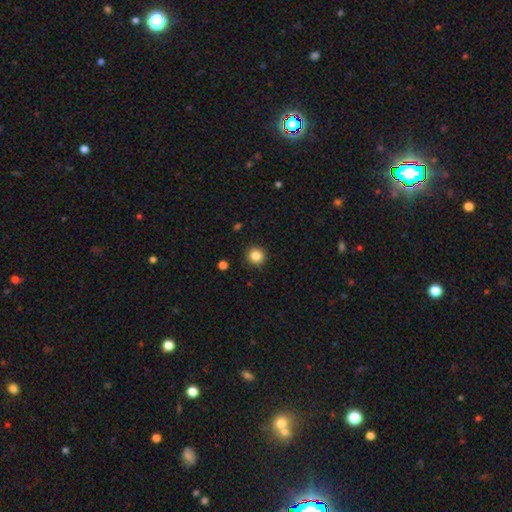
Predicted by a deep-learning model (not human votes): The model was most divided on "smooth or featured": smooth: 85%, star or artifact: 10%, featured or disk: 5%. More confident: how rounded — round (93%); merging — none (92%).